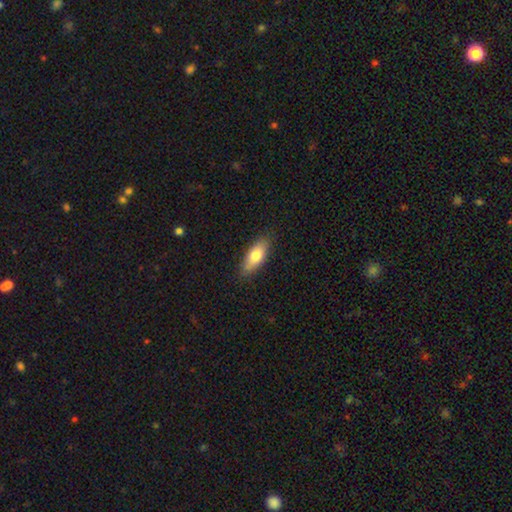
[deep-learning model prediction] This appears to be a smooth galaxy with no disk features (75%) that is in between round and cigar-shaped (74%). Merging: none (82%).